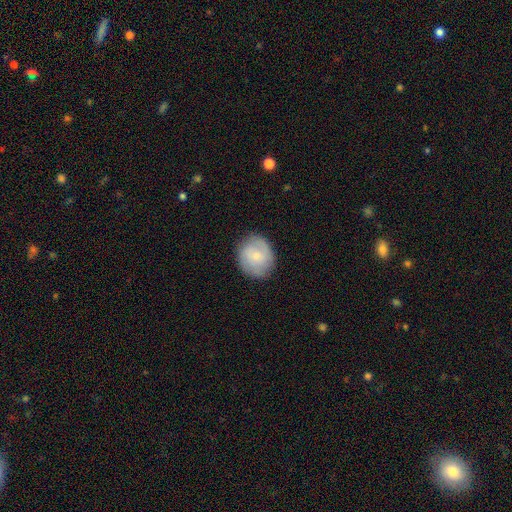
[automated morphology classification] smooth-or-featured: smooth: 61% | featured or disk: 32% | star or artifact: 7%
  how-rounded: round: 72% | in between: 27% | cigar-shaped: 1%
  merging: none: 82% | minor disturbance: 13% | major disturbance: 3% | merger: 1%